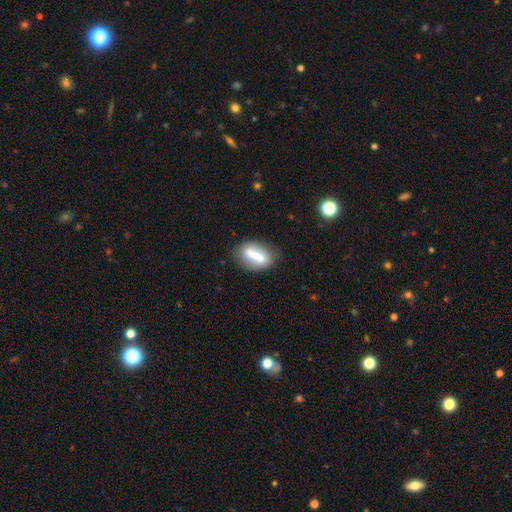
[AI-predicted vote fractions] Q: Smooth or featured?
A: smooth (58%); runner-up: featured or disk (34%)
Q: How rounded?
A: in between (66%); runner-up: cigar-shaped (27%)
Q: Merging?
A: none (74%); runner-up: minor disturbance (16%)